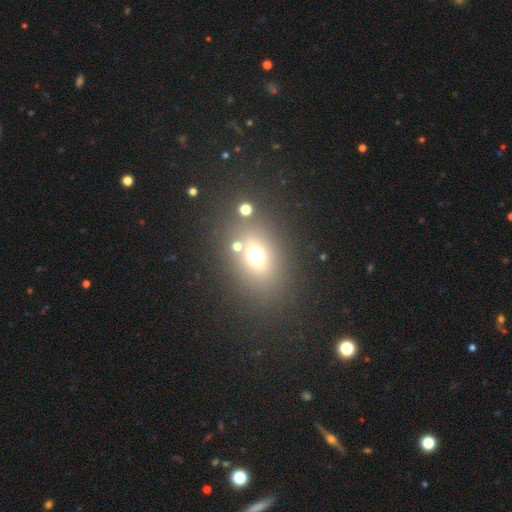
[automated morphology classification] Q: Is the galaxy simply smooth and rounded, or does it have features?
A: smooth — 64%.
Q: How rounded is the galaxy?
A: in between — 61%.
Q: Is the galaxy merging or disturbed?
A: none — 73%.